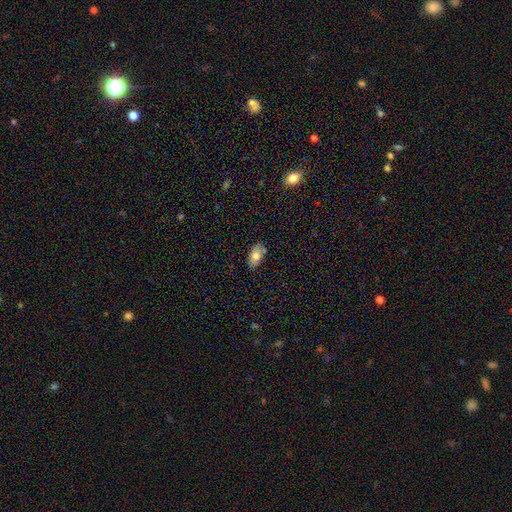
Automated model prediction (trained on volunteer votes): smooth 77%, featured or disk 15%, star or artifact 7%. Down the decision tree: how rounded — in between (93%); merging — none (80%).